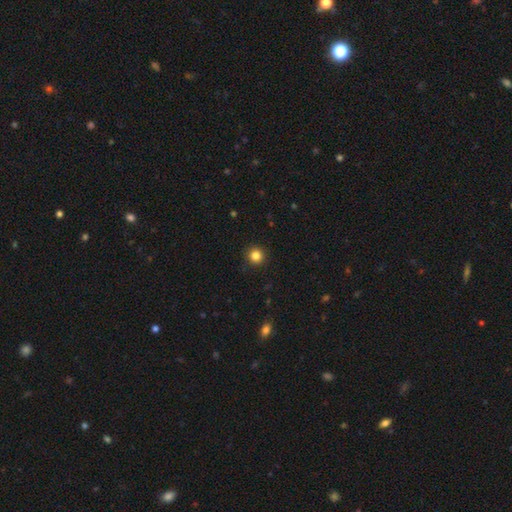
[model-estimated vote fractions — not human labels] smooth-or-featured: smooth: 83% | star or artifact: 12% | featured or disk: 4%
  how-rounded: round: 95% | in between: 4% | cigar-shaped: 1%
  merging: none: 93% | minor disturbance: 5% | major disturbance: 2% | merger: 1%